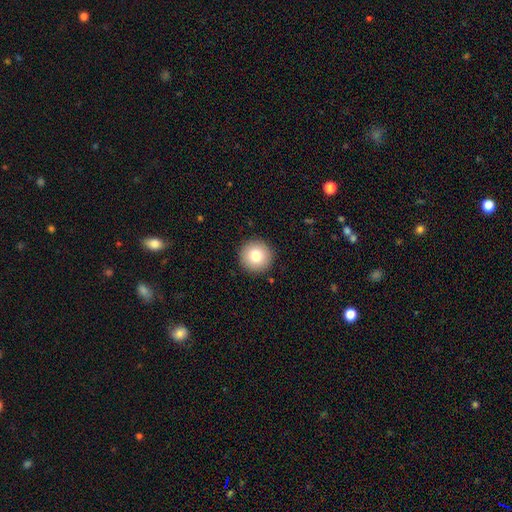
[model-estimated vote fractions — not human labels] Smooth or featured: smooth — 79% (featured or disk — 11%)
How rounded: round — 96% (in between — 3%)
Merging: none — 92% (minor disturbance — 5%)